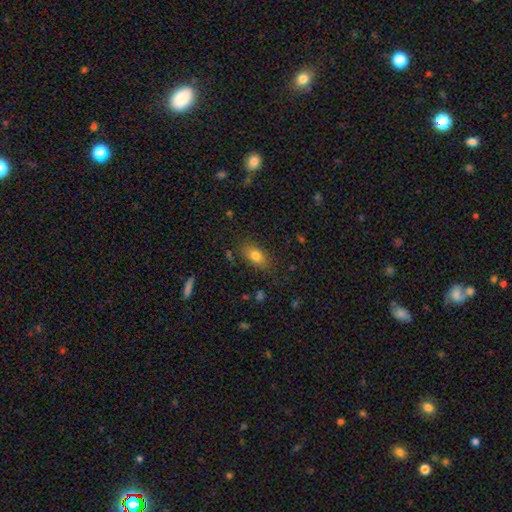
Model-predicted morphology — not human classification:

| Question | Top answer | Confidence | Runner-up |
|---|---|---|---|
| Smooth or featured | smooth | 79% | star or artifact (10%) |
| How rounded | in between | 82% | round (13%) |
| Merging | none | 79% | minor disturbance (14%) |